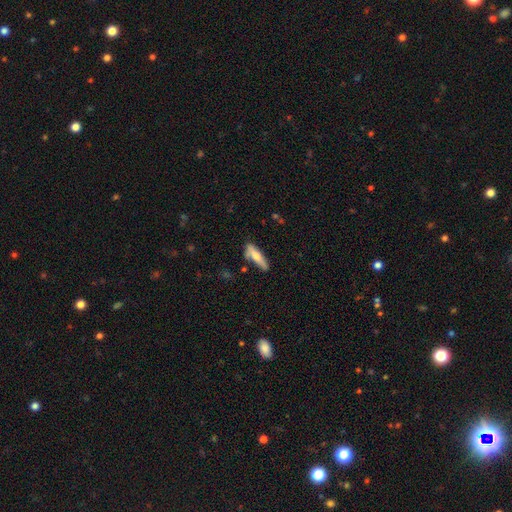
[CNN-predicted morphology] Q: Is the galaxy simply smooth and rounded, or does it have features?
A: smooth — 63%.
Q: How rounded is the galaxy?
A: cigar-shaped — 64%.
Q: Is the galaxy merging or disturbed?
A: none — 63%.